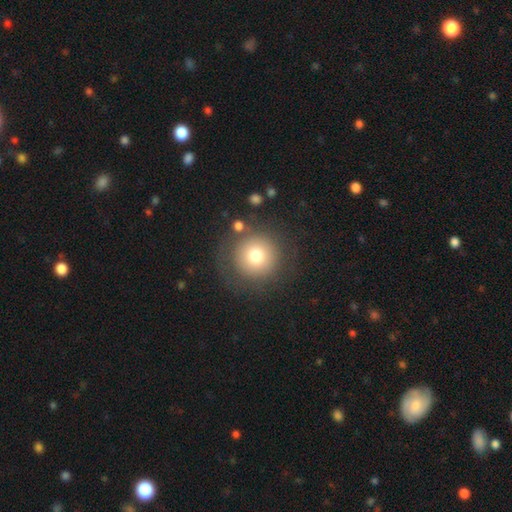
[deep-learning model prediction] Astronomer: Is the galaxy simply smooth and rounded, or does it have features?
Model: smooth — 74%.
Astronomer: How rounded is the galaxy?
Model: round — 95%.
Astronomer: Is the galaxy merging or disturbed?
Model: none — 79%.